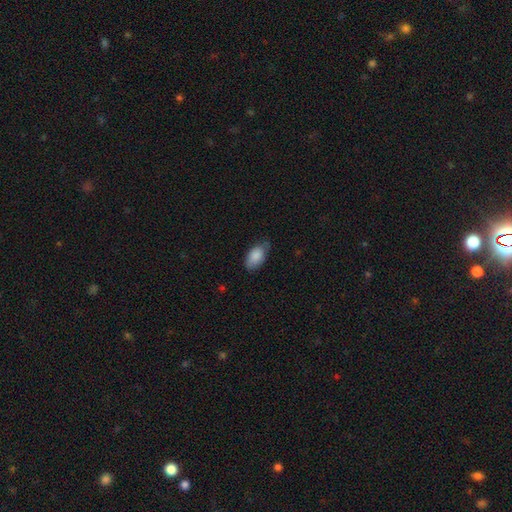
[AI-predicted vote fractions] Smooth or featured: smooth — 86% (featured or disk — 7%)
How rounded: in between — 93% (round — 4%)
Merging: none — 61% (minor disturbance — 32%)